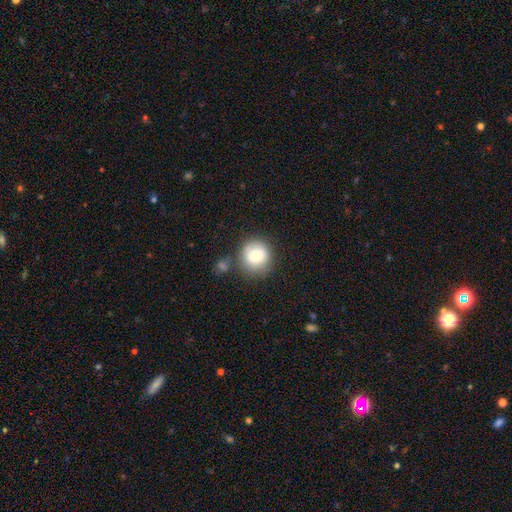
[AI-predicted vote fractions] This appears to be a smooth galaxy with no disk features (77%) that is round (90%). Merging: none (64%).